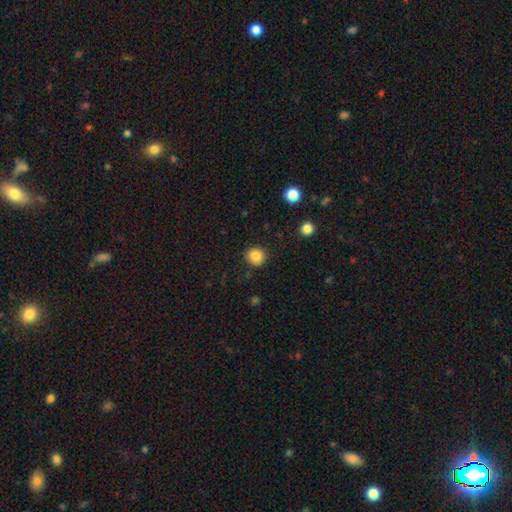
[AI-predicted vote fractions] Smooth or featured? Predicted: smooth (p=0.85). How rounded? Predicted: round (p=0.89). Merging? Predicted: none (p=0.88).